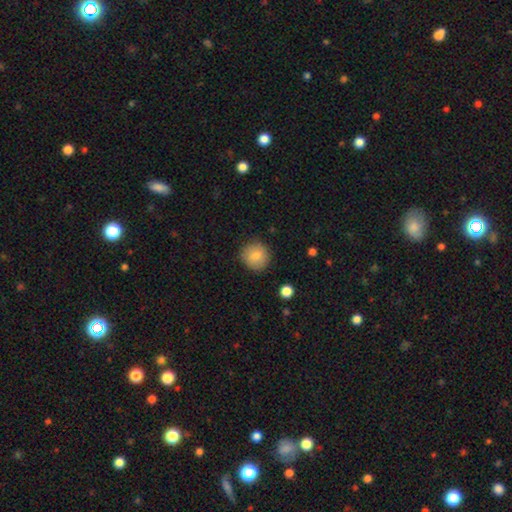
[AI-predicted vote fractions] Overall: smooth (84%). How rounded: round (91%). Merging: none (86%).